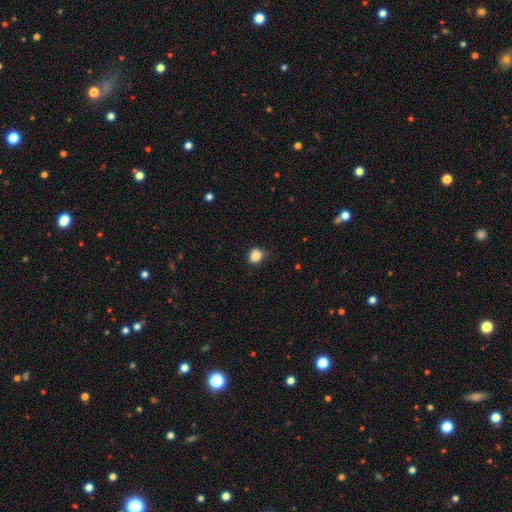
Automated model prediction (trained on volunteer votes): Overall: smooth (87%). How rounded: round (72%). Merging: none (76%).